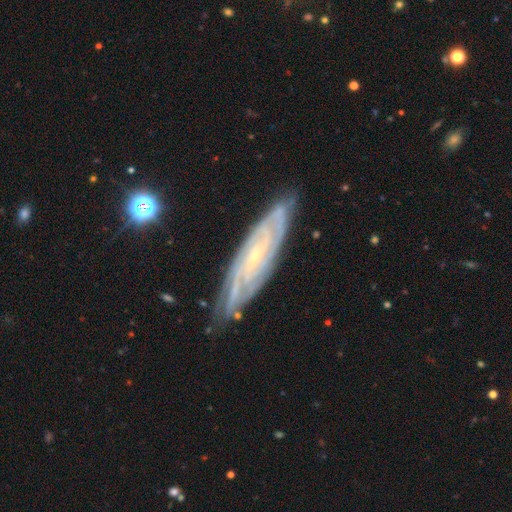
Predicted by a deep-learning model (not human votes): Morphology: type=featured or disk (83%); edge-on=no (80%); bar=no (58%); spiral arms=yes (95%); winding=tight (73%); arm count=can't tell (40%); bulge=small (82%); merging=none (80%).